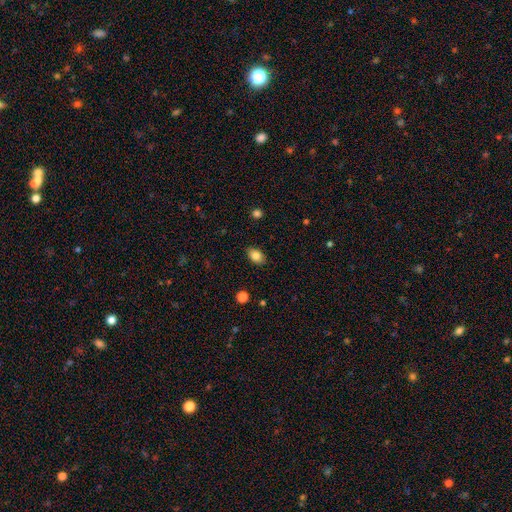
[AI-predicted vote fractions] Morphology: type=smooth (84%); roundness=in between (84%); merging=none (87%).